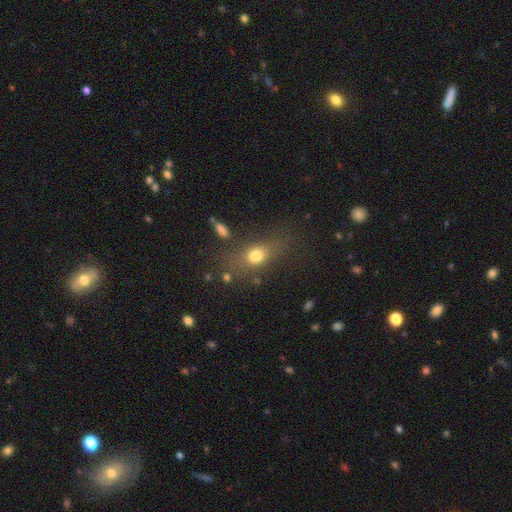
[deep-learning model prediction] The model was most divided on "how rounded": in between: 56%, round: 34%, cigar-shaped: 10%. More confident: smooth or featured — smooth (72%); merging — none (62%).